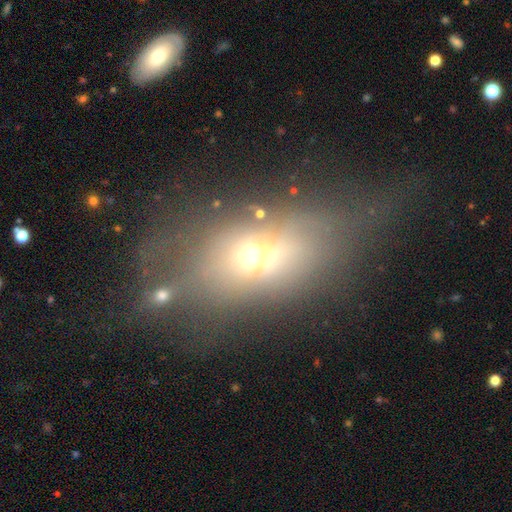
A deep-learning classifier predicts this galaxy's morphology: Q: Smooth or featured?
A: smooth (53%); runner-up: featured or disk (30%)
Q: How rounded?
A: in between (72%); runner-up: round (20%)
Q: Merging?
A: none (41%); runner-up: major disturbance (30%)